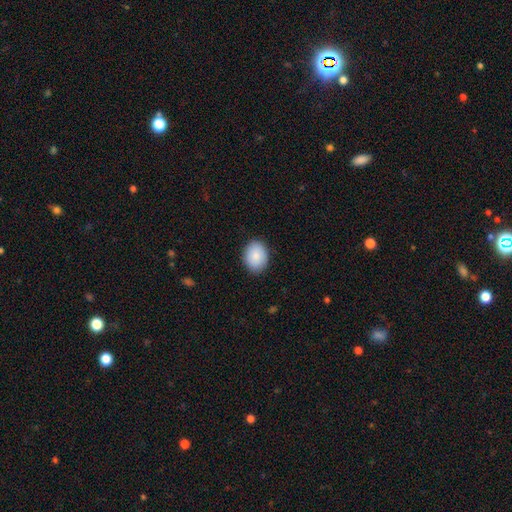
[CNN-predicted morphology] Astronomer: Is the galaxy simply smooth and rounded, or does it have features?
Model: smooth — 88%.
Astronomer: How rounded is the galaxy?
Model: in between — 62%.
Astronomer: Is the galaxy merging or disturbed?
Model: none — 87%.